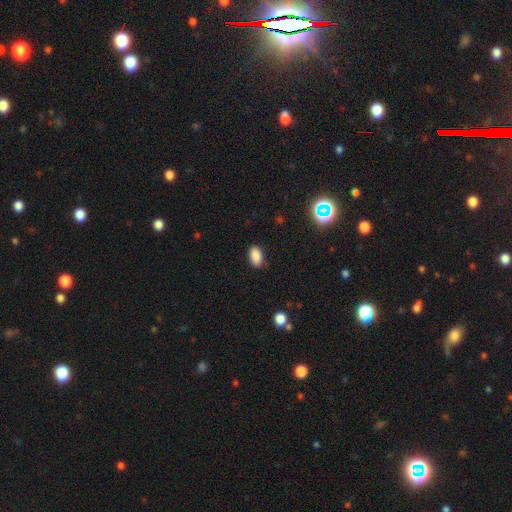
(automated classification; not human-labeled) This appears to be a smooth galaxy with no disk features (86%) that is in between round and cigar-shaped (92%). Merging: none (84%).